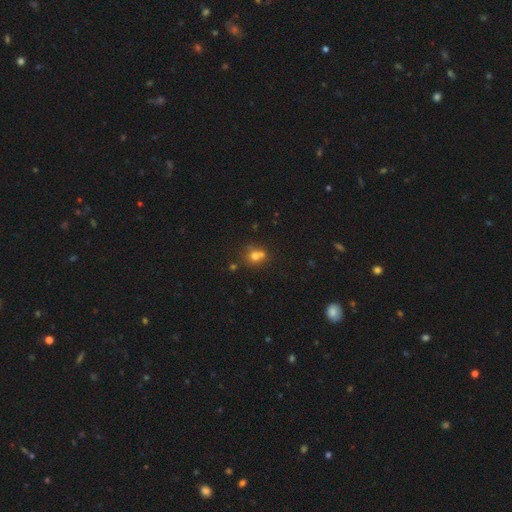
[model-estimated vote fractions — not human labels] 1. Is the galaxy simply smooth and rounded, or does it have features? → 69% smooth, 16% star or artifact, 14% featured or disk.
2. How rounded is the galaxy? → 77% round, 22% in between, 1% cigar-shaped.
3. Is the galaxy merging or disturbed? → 47% none, 39% merger, 10% minor disturbance, 4% major disturbance.